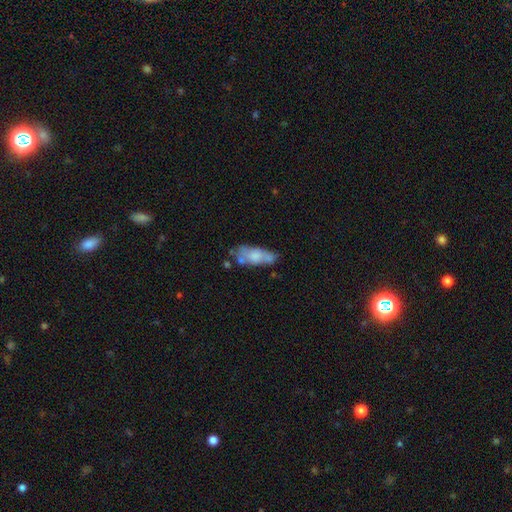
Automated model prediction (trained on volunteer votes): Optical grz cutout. It shows a smooth galaxy with no disk features (58%) that is in between round and cigar-shaped (77%). Merging: none (43%).